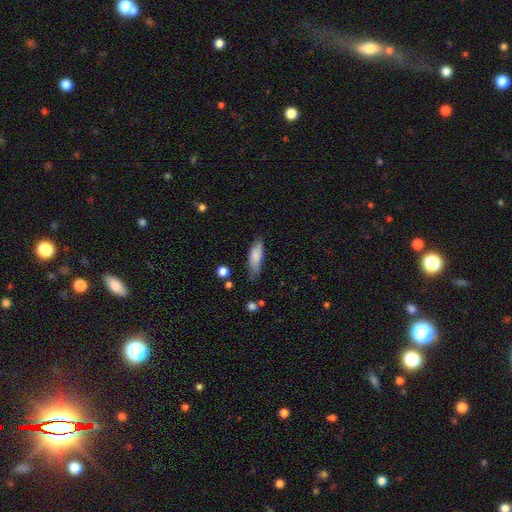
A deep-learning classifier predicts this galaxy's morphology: This is clearly a smooth galaxy (81%). How rounded: possibly in between (58%). Merging: likely none (69%).